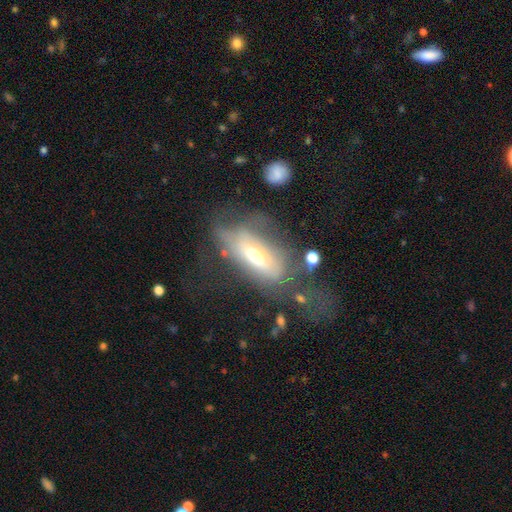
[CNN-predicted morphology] Smooth or featured: featured or disk — 47% (smooth — 45%)
Merging: major disturbance — 42% (none — 30%)